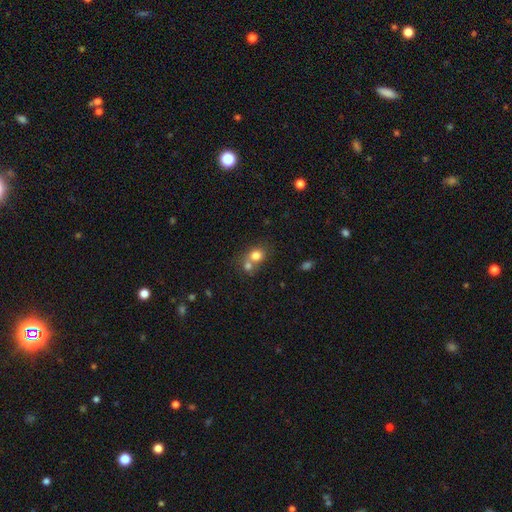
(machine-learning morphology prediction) smooth-or-featured: smooth: 77% | star or artifact: 12% | featured or disk: 11%
  how-rounded: round: 71% | in between: 28% | cigar-shaped: 1%
  merging: merger: 55% | none: 36% | minor disturbance: 7% | major disturbance: 3%